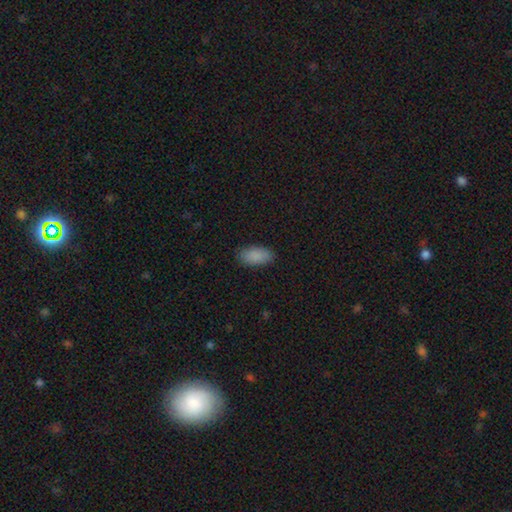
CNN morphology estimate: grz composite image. It shows a smooth galaxy with no disk features (89%) that is in between round and cigar-shaped (93%). Merging: none (86%).